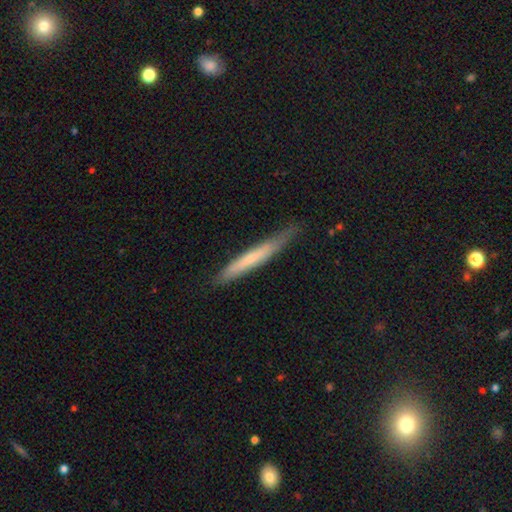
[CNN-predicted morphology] Q: Smooth or featured?
A: smooth (52%); runner-up: featured or disk (41%)
Q: How rounded?
A: cigar-shaped (96%); runner-up: in between (3%)
Q: Merging?
A: none (81%); runner-up: minor disturbance (15%)